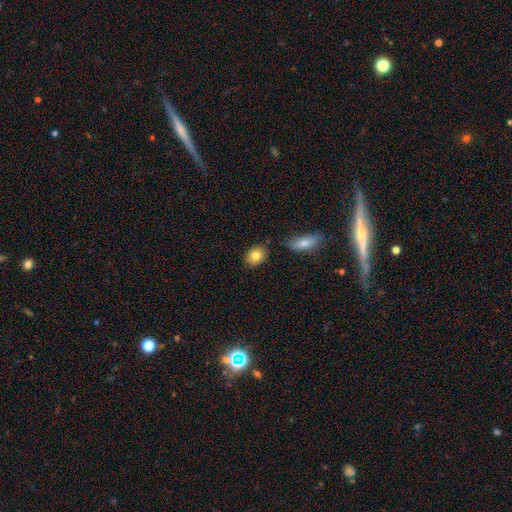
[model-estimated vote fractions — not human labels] Smooth or featured? Predicted: smooth (p=0.81). How rounded? Predicted: in between (p=0.60). Merging? Predicted: none (p=0.81).